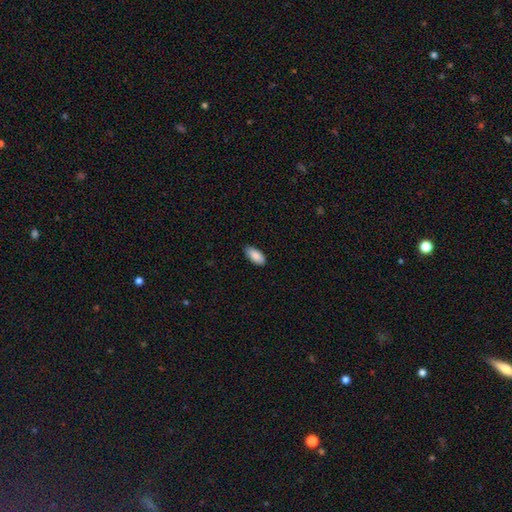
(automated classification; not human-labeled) smooth 89%, star or artifact 6%, featured or disk 5%. Down the decision tree: how rounded — in between (92%); merging — none (86%).